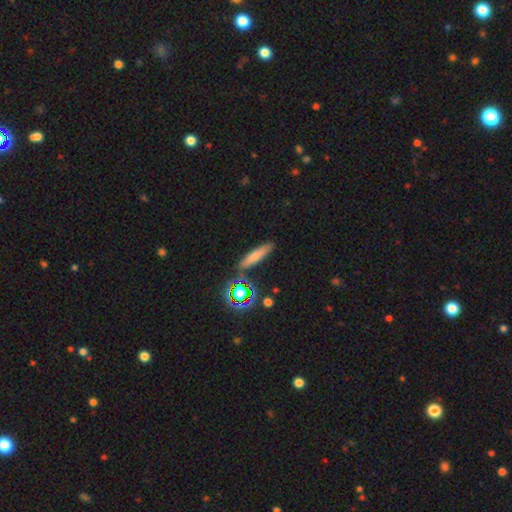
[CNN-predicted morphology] smooth-or-featured: smooth: 64% | star or artifact: 19% | featured or disk: 17%
  how-rounded: cigar-shaped: 72% | in between: 20% | round: 8%
  merging: none: 82% | minor disturbance: 10% | merger: 5% | major disturbance: 3%